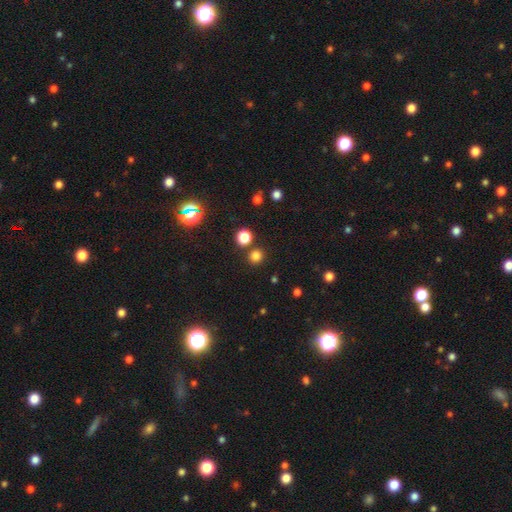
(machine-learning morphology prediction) Smooth or featured? Predicted: smooth (p=0.78). How rounded? Predicted: round (p=0.91). Merging? Predicted: none (p=0.83).